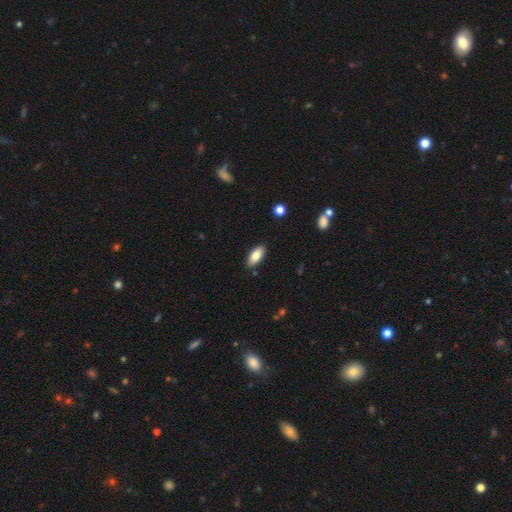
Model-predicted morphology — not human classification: Smooth or featured: smooth — 83% (featured or disk — 10%)
How rounded: in between — 87% (cigar-shaped — 11%)
Merging: none — 87% (minor disturbance — 10%)